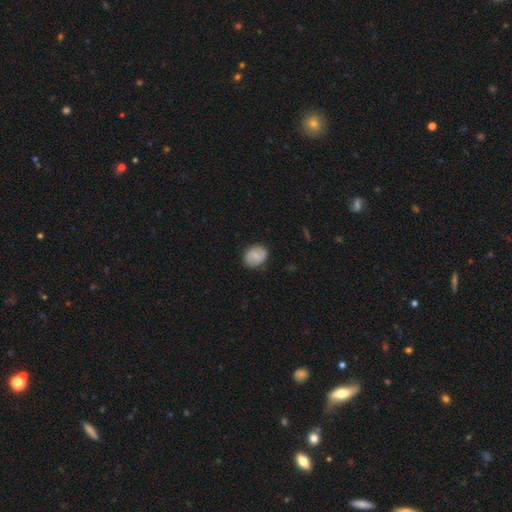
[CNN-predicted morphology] Smooth or featured? smooth (71%)
How rounded? in between (55%)
Merging? none (83%)